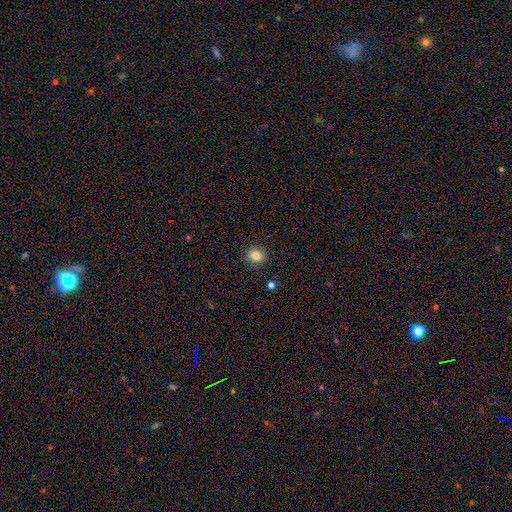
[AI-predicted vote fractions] Morphology: type=smooth (81%); roundness=round (83%); merging=none (88%).